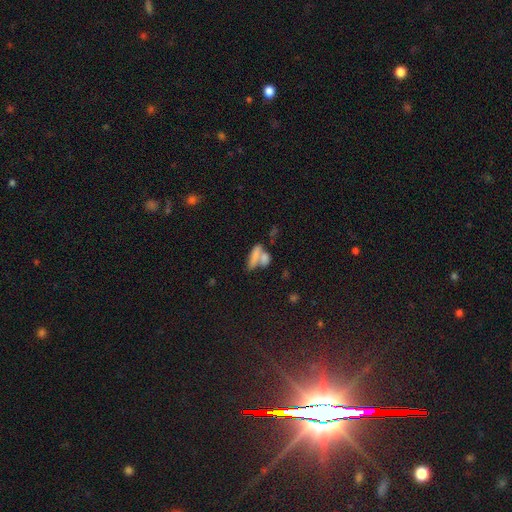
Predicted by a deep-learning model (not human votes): Smooth or featured? Predicted: smooth (p=0.68). How rounded? Predicted: in between (p=0.50). Merging? Predicted: merger (p=0.54).